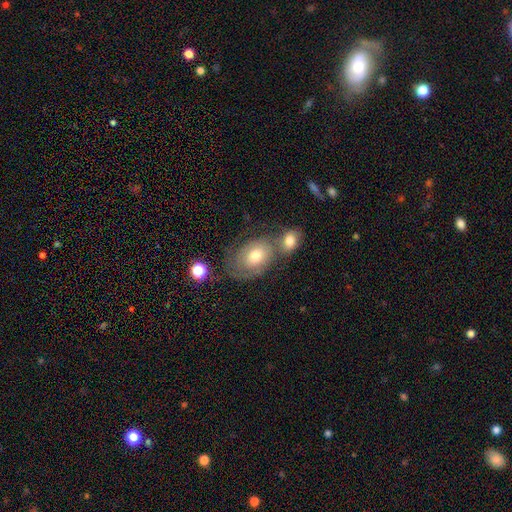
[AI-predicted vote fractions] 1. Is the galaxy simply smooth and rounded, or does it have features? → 47% smooth, 44% featured or disk, 8% star or artifact.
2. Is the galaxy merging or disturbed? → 41% none, 30% merger, 18% minor disturbance, 11% major disturbance.